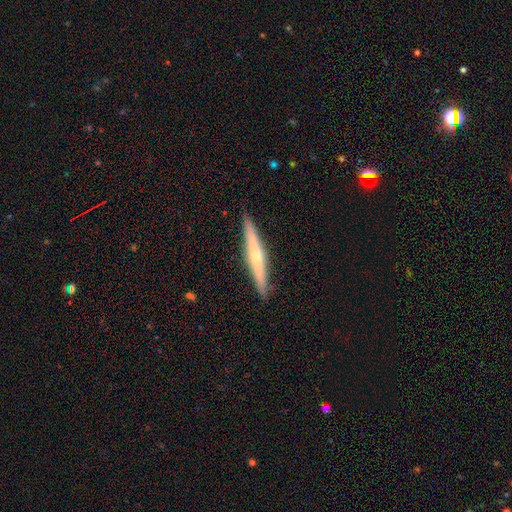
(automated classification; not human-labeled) This is likely a featured or disk galaxy (61%). It is clearly viewed edge-on (97%). Edge-on bulge: likely rounded (73%). Merging: clearly none (91%).